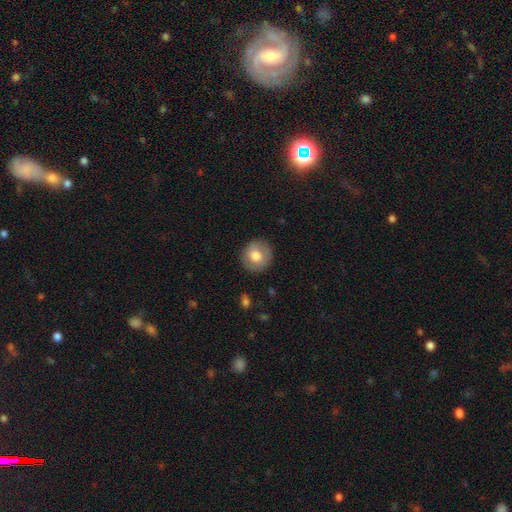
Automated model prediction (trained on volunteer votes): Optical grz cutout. It shows a smooth galaxy with no disk features (70%) that is round (89%). Merging: none (87%).